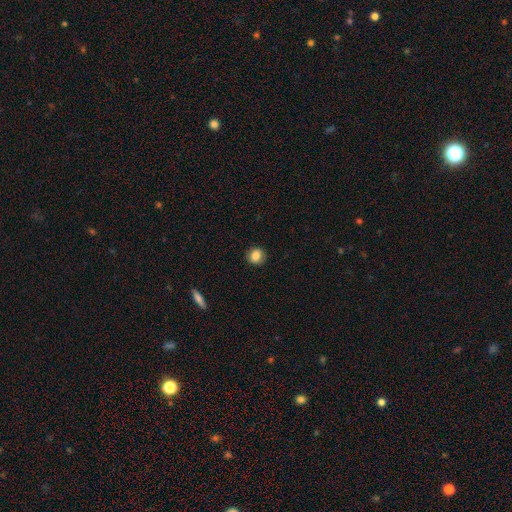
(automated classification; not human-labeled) Smooth or featured: smooth — 82% (star or artifact — 9%)
How rounded: round — 82% (in between — 17%)
Merging: none — 88% (minor disturbance — 9%)